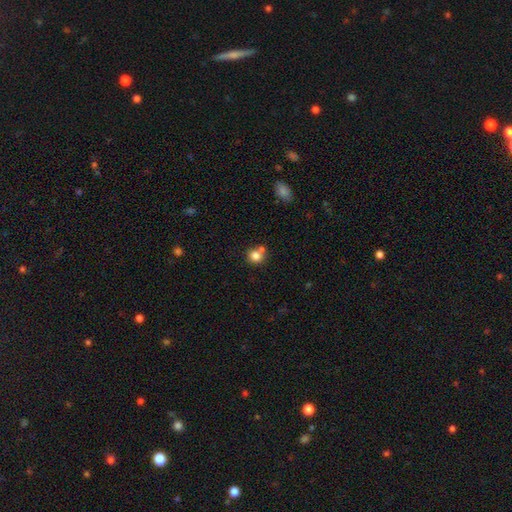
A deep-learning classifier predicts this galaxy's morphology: Smooth or featured: smooth — 82% (star or artifact — 11%)
How rounded: round — 86% (in between — 13%)
Merging: none — 60% (merger — 27%)